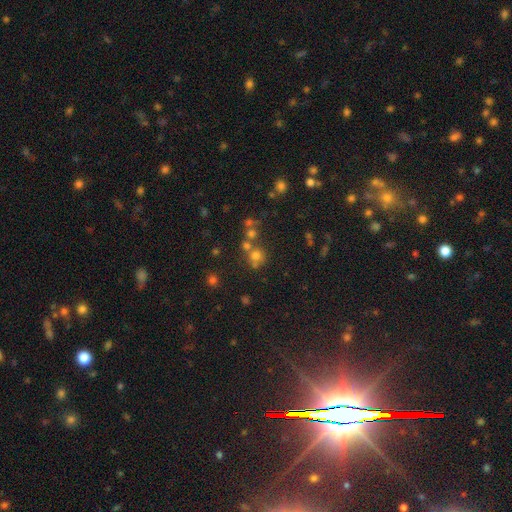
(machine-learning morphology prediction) Smooth or featured: smooth — 62% (star or artifact — 25%)
How rounded: round — 88% (in between — 11%)
Merging: none — 59% (merger — 28%)